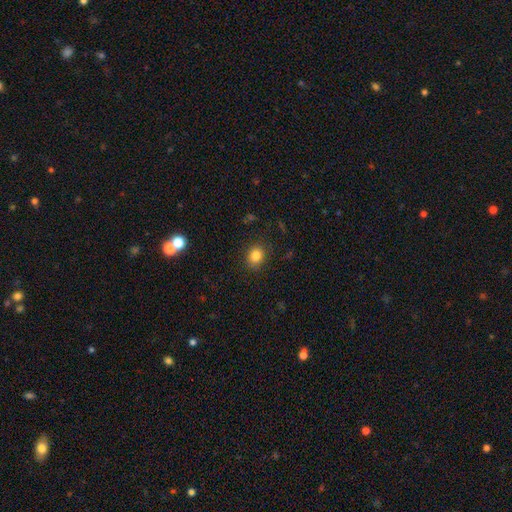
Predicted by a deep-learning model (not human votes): Morphology: type=smooth (83%); roundness=round (70%); merging=none (88%).